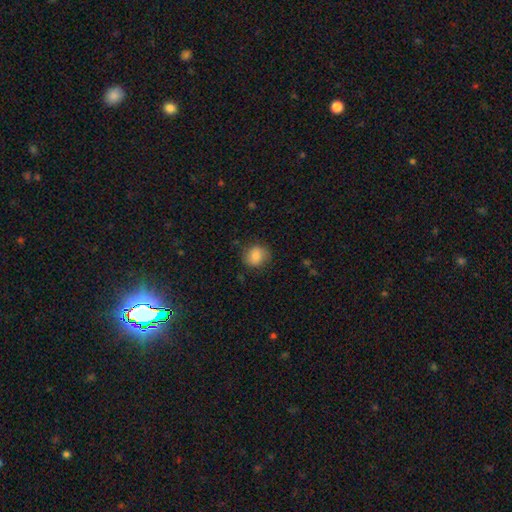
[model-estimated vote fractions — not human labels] The model was most divided on "how rounded": round: 76%, in between: 23%, cigar-shaped: 1%. More confident: smooth or featured — smooth (84%); merging — none (80%).